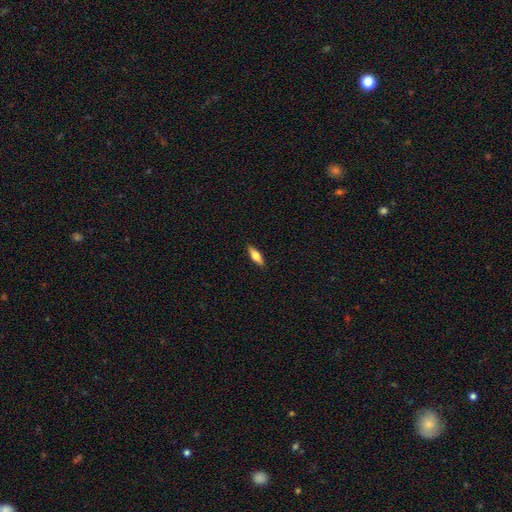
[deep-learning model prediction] This appears to be a smooth galaxy with no disk features (66%) that is in between round and cigar-shaped (55%). Merging: none (89%).